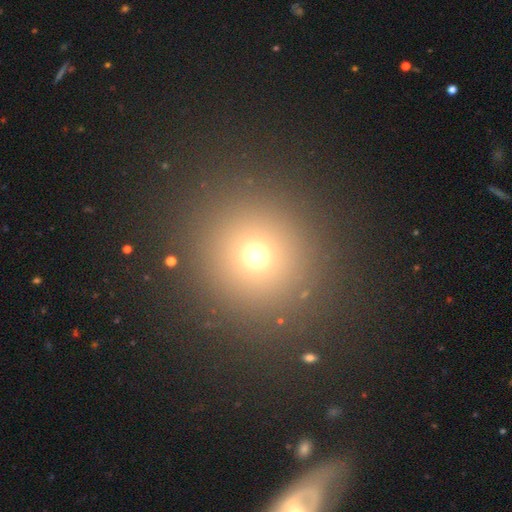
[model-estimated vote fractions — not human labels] smooth_or_featured: smooth (p=0.68) [alt: star or artifact p=0.23]
how_rounded: round (p=0.92) [alt: in between p=0.07]
merging: none (p=0.89) [alt: minor disturbance p=0.05]